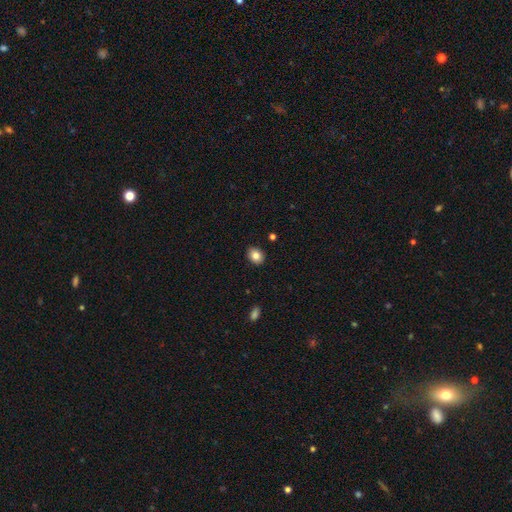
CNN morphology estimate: Q: Smooth or featured?
A: smooth (85%); runner-up: star or artifact (9%)
Q: How rounded?
A: in between (55%); runner-up: round (44%)
Q: Merging?
A: none (89%); runner-up: minor disturbance (8%)